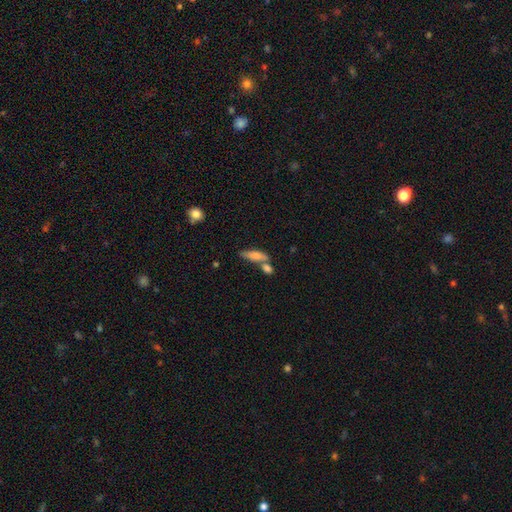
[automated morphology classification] Smooth or featured: smooth — 66% (featured or disk — 26%)
How rounded: cigar-shaped — 55% (in between — 42%)
Merging: none — 53% (merger — 29%)